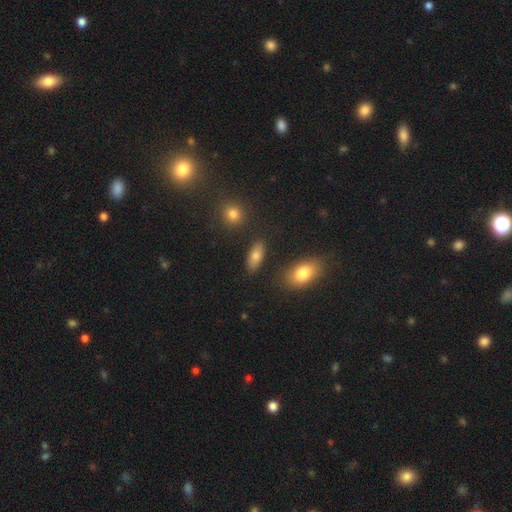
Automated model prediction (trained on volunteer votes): Q: Smooth or featured?
A: smooth (76%); runner-up: featured or disk (15%)
Q: How rounded?
A: in between (81%); runner-up: cigar-shaped (14%)
Q: Merging?
A: none (85%); runner-up: minor disturbance (9%)